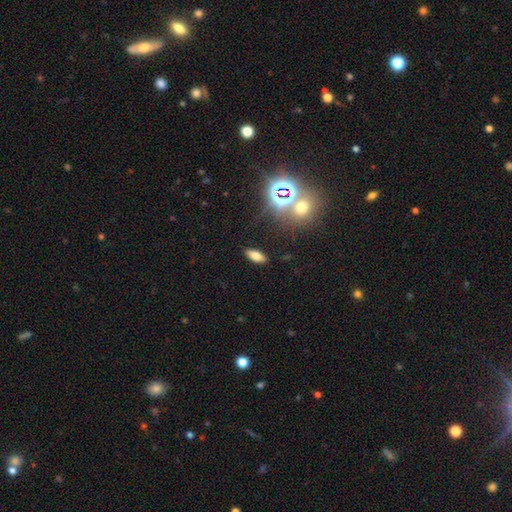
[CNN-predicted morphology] This is likely a smooth galaxy (67%). How rounded: likely in between (76%). Merging: clearly none (88%).